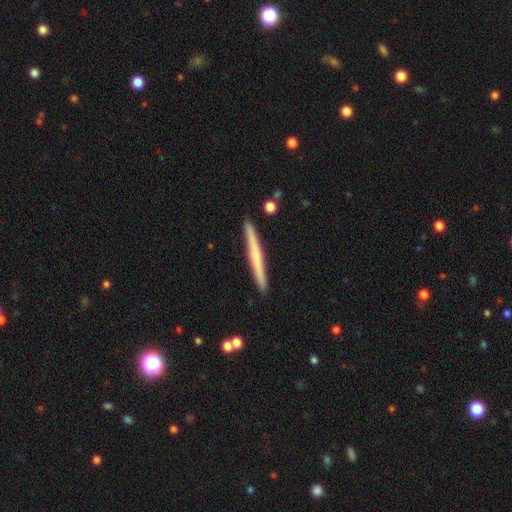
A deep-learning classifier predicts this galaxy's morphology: smooth_or_featured: smooth (p=0.50) [alt: featured or disk p=0.45]
merging: none (p=0.92) [alt: minor disturbance p=0.06]